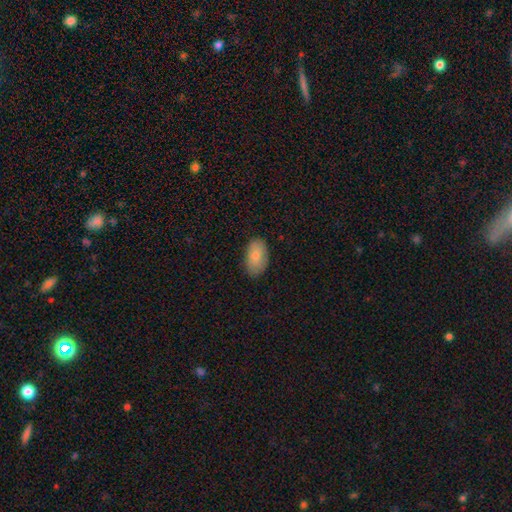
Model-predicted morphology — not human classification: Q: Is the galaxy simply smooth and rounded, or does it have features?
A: smooth — 83%.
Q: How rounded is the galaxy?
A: in between — 93%.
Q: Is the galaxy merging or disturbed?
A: none — 83%.